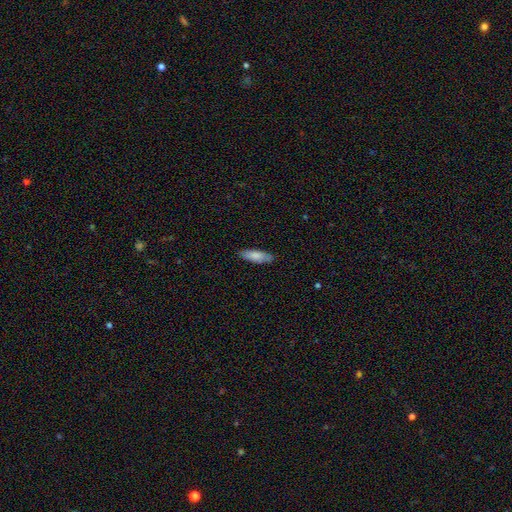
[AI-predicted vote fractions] Overall: smooth (82%). How rounded: in between (56%; cigar-shaped 43%). Merging: none (82%).